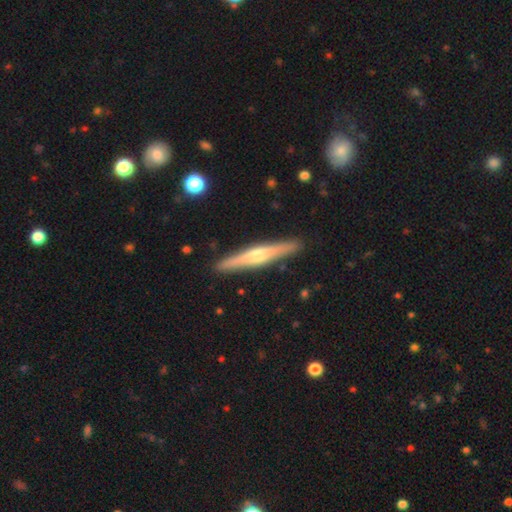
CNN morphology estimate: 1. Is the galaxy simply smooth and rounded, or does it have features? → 70% featured or disk, 25% smooth, 6% star or artifact.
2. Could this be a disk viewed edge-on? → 97% yes, 3% no.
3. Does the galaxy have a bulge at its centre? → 83% rounded, 10% none, 6% boxy.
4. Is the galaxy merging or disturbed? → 90% none, 7% minor disturbance, 1% major disturbance, 1% merger.